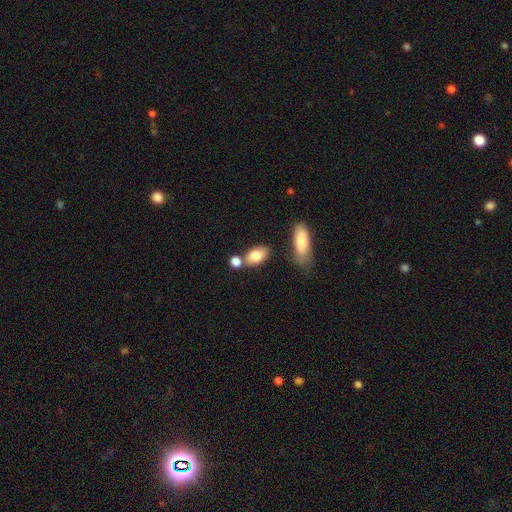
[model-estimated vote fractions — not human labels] Smooth or featured? Predicted: smooth (p=0.81). How rounded? Predicted: in between (p=0.87). Merging? Predicted: none (p=0.61).